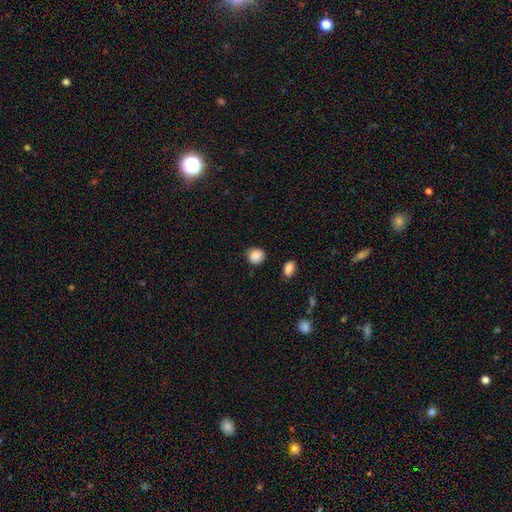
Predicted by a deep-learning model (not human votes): A smooth galaxy with no disk features (87%) that is round (81%). Merging: none (79%).